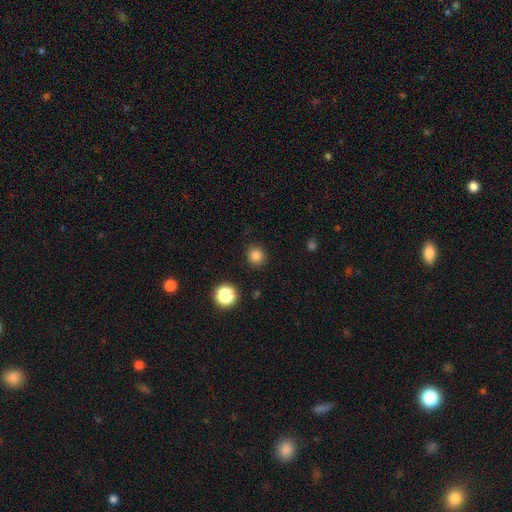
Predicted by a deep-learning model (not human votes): smooth-or-featured: smooth: 82% | star or artifact: 14% | featured or disk: 4%
  how-rounded: round: 91% | in between: 8% | cigar-shaped: 1%
  merging: none: 90% | minor disturbance: 6% | major disturbance: 2% | merger: 1%